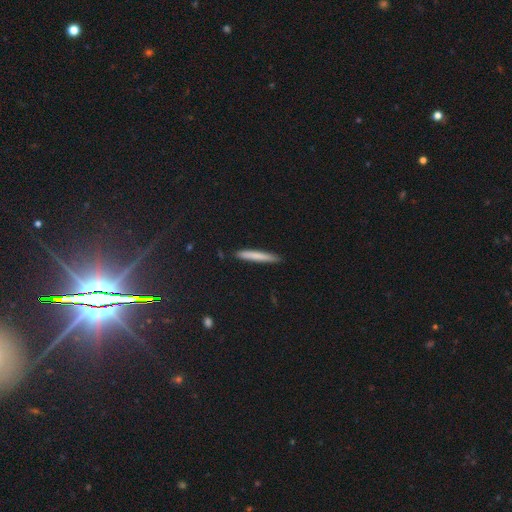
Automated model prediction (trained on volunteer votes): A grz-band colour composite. It shows a smooth galaxy with no disk features (76%) that is cigar-shaped (96%). Merging: none (89%).